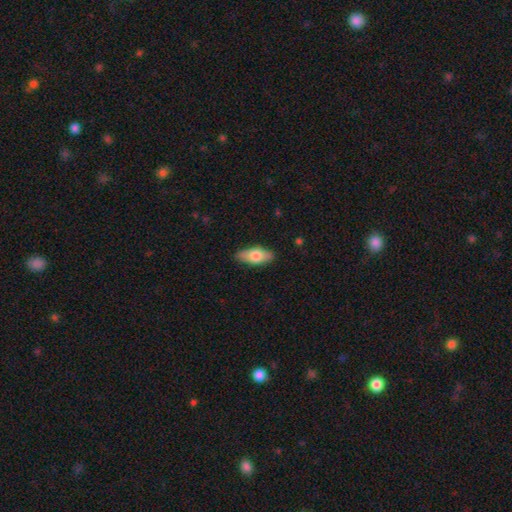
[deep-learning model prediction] smooth 69%, featured or disk 25%, star or artifact 6%. Down the decision tree: how rounded — in between (84%); merging — none (86%).